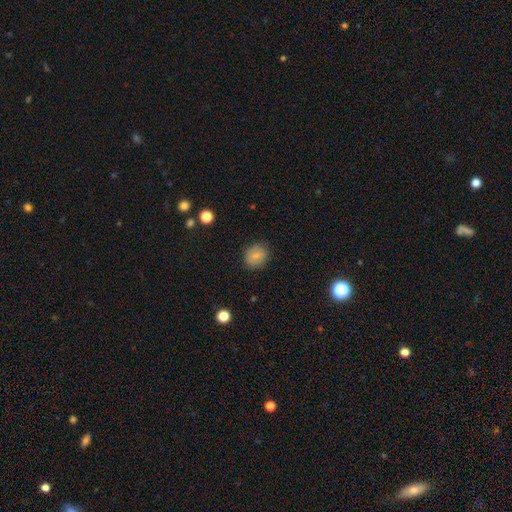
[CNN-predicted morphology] Smooth or featured? Predicted: smooth (p=0.83). How rounded? Predicted: round (p=0.66). Merging? Predicted: none (p=0.85).